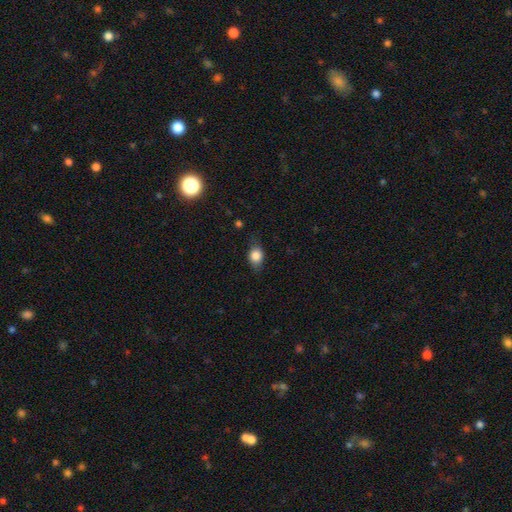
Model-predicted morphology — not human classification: Smooth or featured: smooth — 80% (featured or disk — 11%)
How rounded: in between — 64% (round — 33%)
Merging: none — 73% (minor disturbance — 21%)